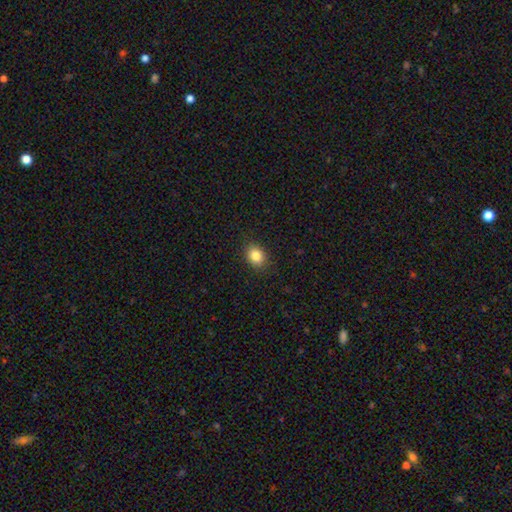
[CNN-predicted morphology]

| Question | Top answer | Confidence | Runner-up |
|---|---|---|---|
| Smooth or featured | smooth | 85% | star or artifact (10%) |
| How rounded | in between | 51% | round (49%) |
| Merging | none | 88% | minor disturbance (8%) |